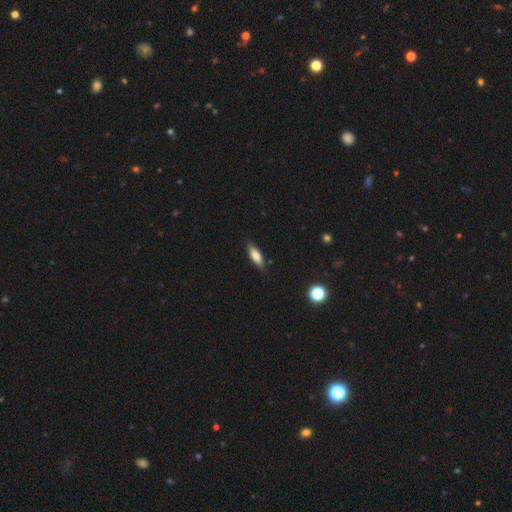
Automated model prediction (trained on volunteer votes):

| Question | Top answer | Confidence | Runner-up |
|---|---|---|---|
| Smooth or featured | smooth | 70% | featured or disk (23%) |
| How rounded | in between | 50% | cigar-shaped (48%) |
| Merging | none | 86% | minor disturbance (11%) |